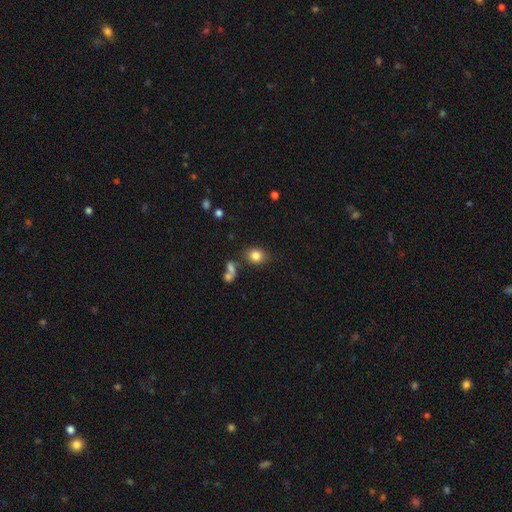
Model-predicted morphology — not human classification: This appears to be a smooth galaxy with no disk features (83%) that is round (57%). Merging: none (73%).